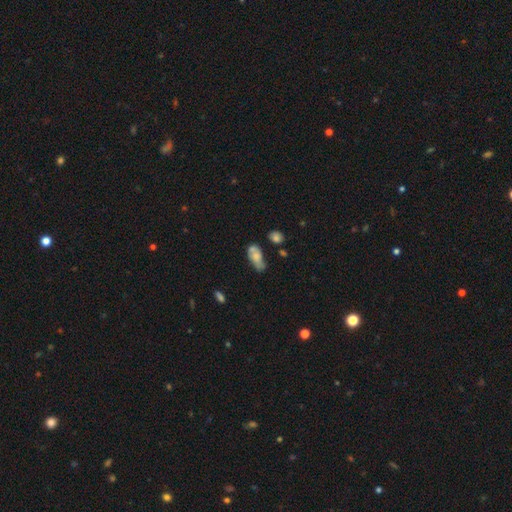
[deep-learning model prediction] This appears to be a smooth galaxy with no disk features (62%) that is in between round and cigar-shaped (85%). Merging: none (35%).